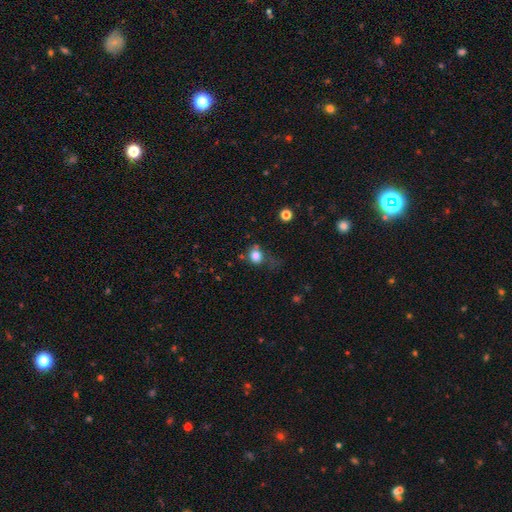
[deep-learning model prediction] smooth-or-featured: smooth: 80% | star or artifact: 11% | featured or disk: 9%
  how-rounded: round: 65% | in between: 34% | cigar-shaped: 1%
  merging: none: 48% | minor disturbance: 28% | major disturbance: 19% | merger: 5%